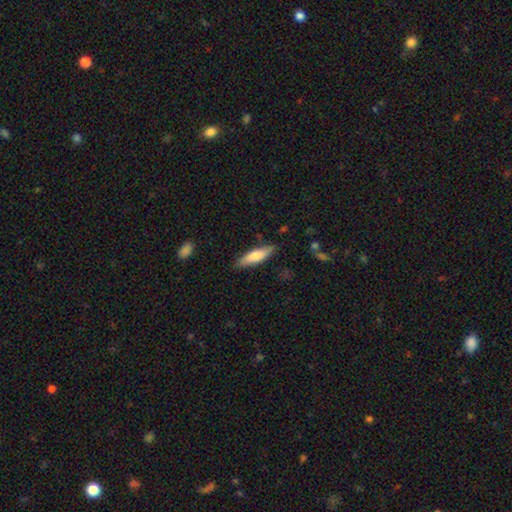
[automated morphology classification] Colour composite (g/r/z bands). It shows a smooth galaxy with no disk features (69%) that is cigar-shaped (65%). Merging: none (84%).